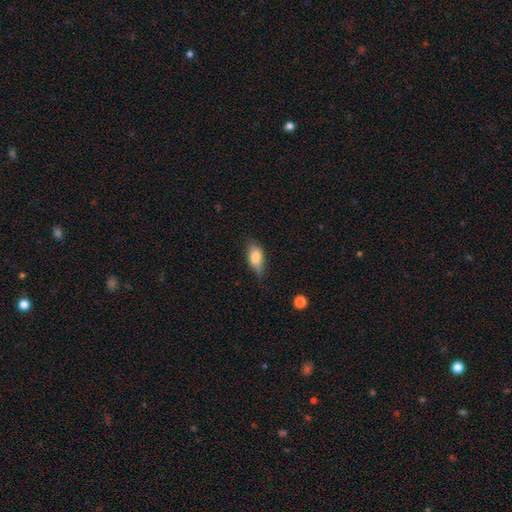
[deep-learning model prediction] Smooth or featured? smooth (73%)
How rounded? in between (83%)
Merging? none (62%)